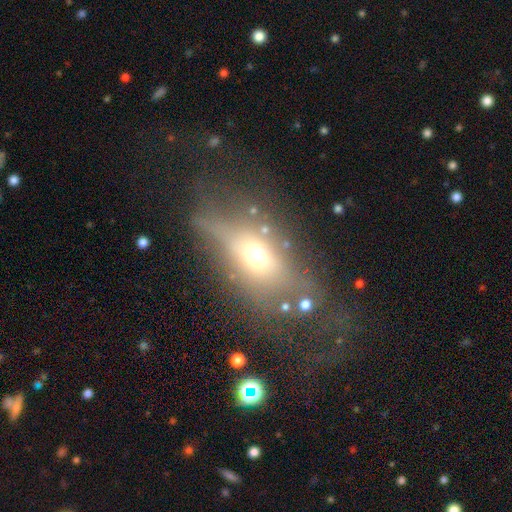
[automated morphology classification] A smooth galaxy with no disk features (45%). Merging: none (42%).